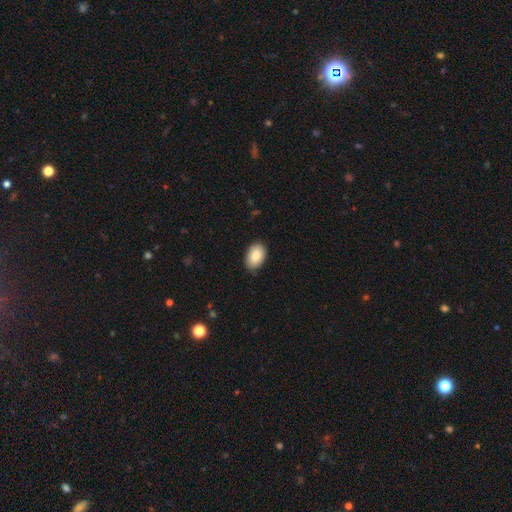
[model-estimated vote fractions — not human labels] This appears to be a smooth galaxy with no disk features (87%) that is in between round and cigar-shaped (90%). Merging: none (87%).